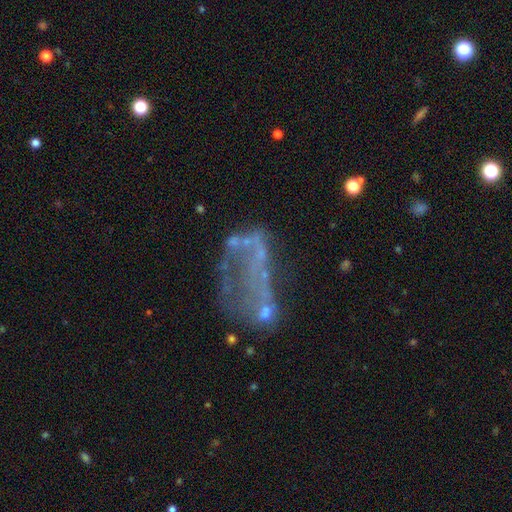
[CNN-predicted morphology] Q: Smooth or featured?
A: featured or disk (60%); runner-up: star or artifact (21%)
Q: Edge-on disk?
A: no (97%); runner-up: yes (3%)
Q: Bar?
A: no (90%); runner-up: weak (7%)
Q: Spiral arms?
A: no (90%); runner-up: yes (10%)
Q: Bulge size?
A: none (79%); runner-up: small (14%)
Q: Merging?
A: major disturbance (38%); runner-up: none (30%)